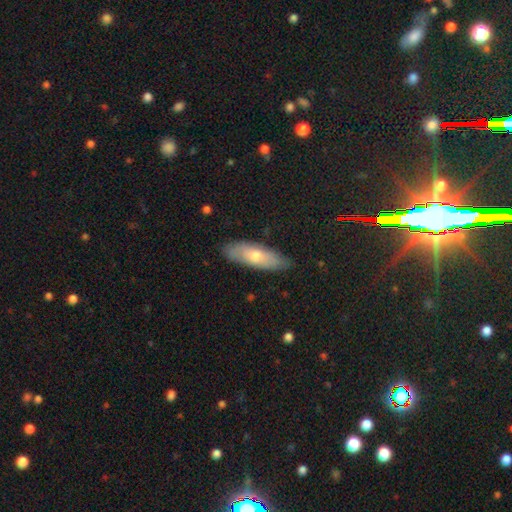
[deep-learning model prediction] This is possibly a smooth galaxy (56%). How rounded: possibly in between (59%). Merging: clearly none (83%).